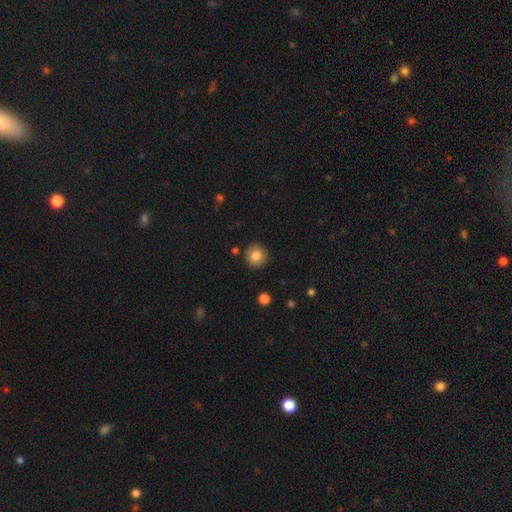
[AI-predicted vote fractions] The model was most divided on "smooth or featured": smooth: 83%, star or artifact: 10%, featured or disk: 8%. More confident: how rounded — round (93%); merging — none (90%).